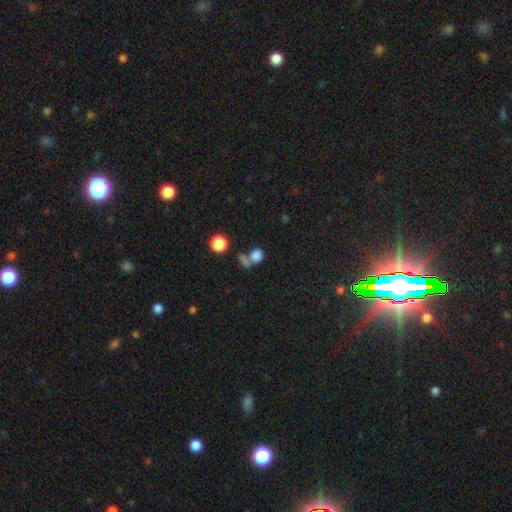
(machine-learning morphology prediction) A smooth galaxy with no disk features (79%) that is round (65%).

Vote fractions:
- Smooth or featured? smooth: 79% / star or artifact: 14% / featured or disk: 7%
- How rounded? round: 65% / in between: 33% / cigar-shaped: 2%
- Merging? none: 44% / merger: 39% / minor disturbance: 10% / major disturbance: 7%